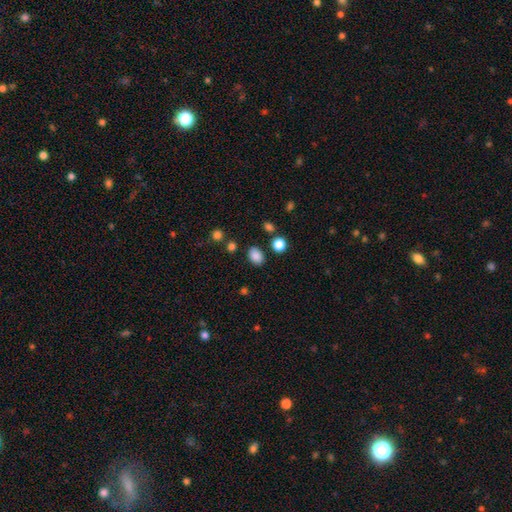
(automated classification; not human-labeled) Morphology: type=smooth (85%); roundness=in between (72%); merging=none (83%).